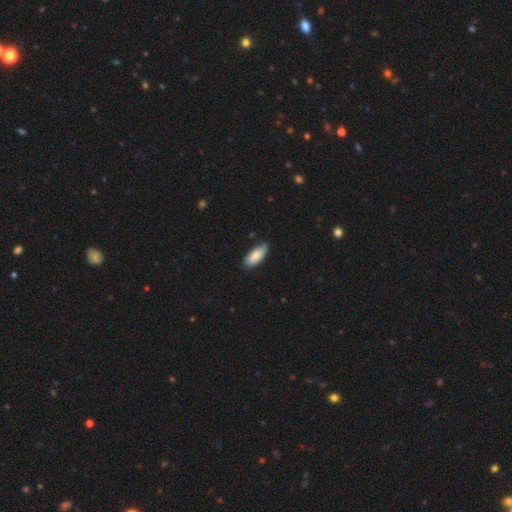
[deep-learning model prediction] smooth 84%, featured or disk 10%, star or artifact 6%. Down the decision tree: how rounded — in between (84%); merging — none (79%).